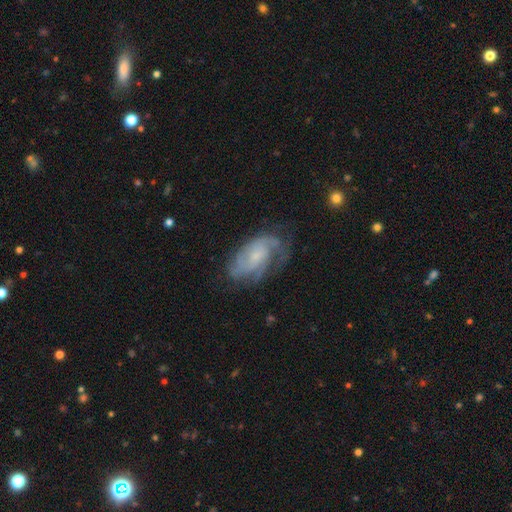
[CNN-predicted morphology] Q: Smooth or featured?
A: featured or disk (80%); runner-up: smooth (14%)
Q: Edge-on disk?
A: no (97%); runner-up: yes (3%)
Q: Bar?
A: no (63%); runner-up: weak (32%)
Q: Spiral arms?
A: yes (94%); runner-up: no (6%)
Q: Spiral winding?
A: tight (44%); runner-up: medium (42%)
Q: Spiral arm count?
A: 2 (39%); runner-up: can't tell (25%)
Q: Bulge size?
A: small (61%); runner-up: moderate (24%)
Q: Merging?
A: none (58%); runner-up: minor disturbance (24%)